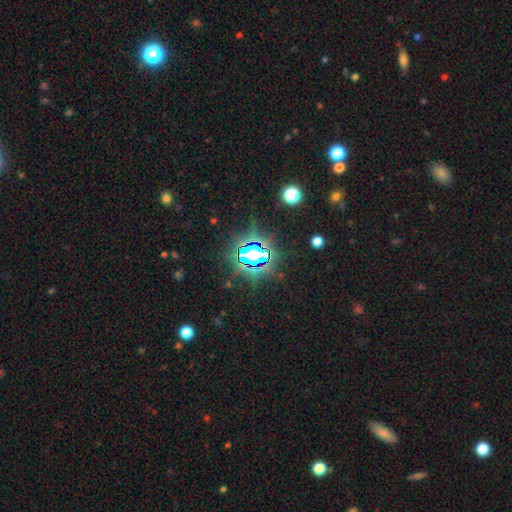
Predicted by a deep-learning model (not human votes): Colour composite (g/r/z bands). It shows a star or artifact, not a galaxy (81%).